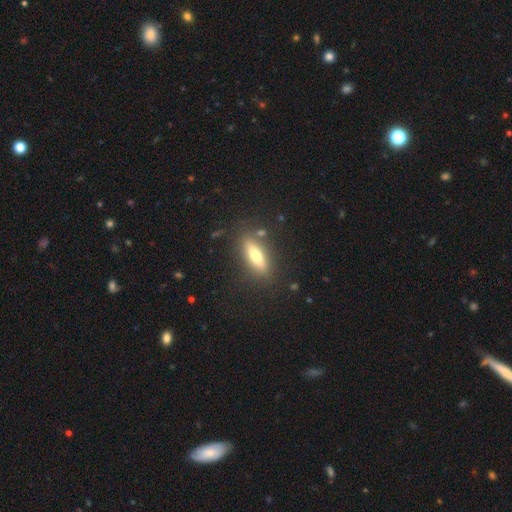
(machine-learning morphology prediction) This appears to be a smooth galaxy with no disk features (60%) that is in between round and cigar-shaped (55%). Merging: none (82%).